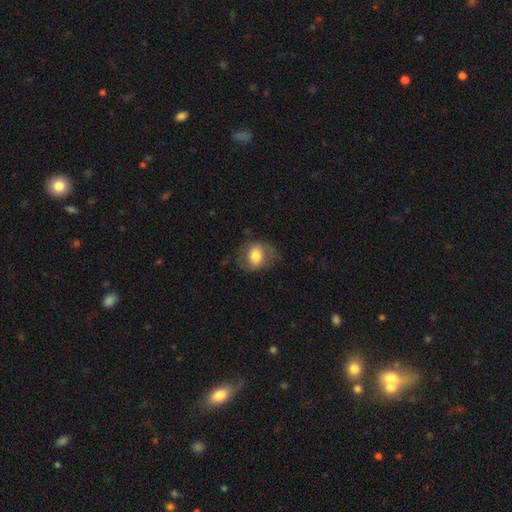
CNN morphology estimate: Smooth or featured? Predicted: smooth (p=0.56). How rounded? Predicted: in between (p=0.57). Merging? Predicted: none (p=0.65).